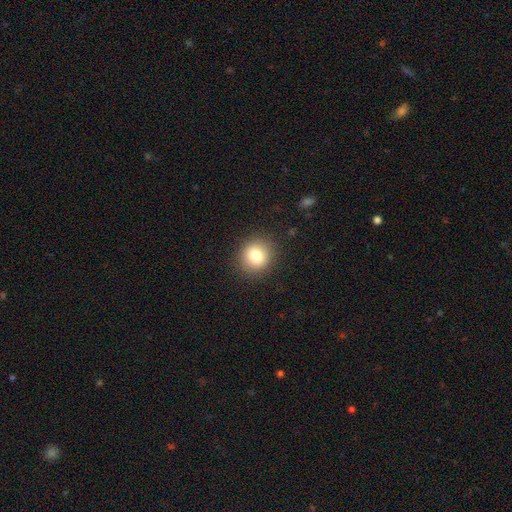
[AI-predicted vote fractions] This is clearly a smooth galaxy (82%). How rounded: clearly round (83%). Merging: clearly none (89%).